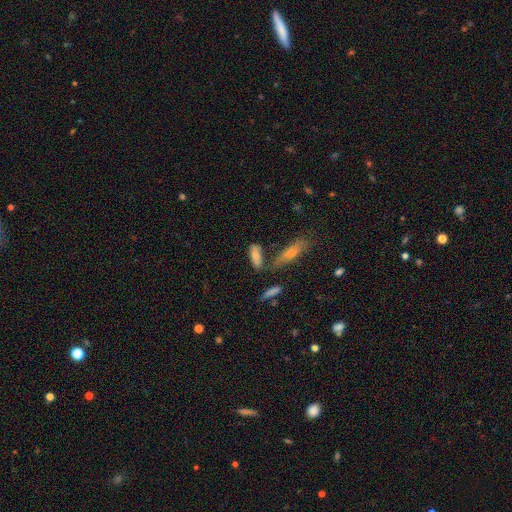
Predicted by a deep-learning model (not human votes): The model was most divided on "how rounded": in between: 61%, cigar-shaped: 36%, round: 3%. More confident: smooth or featured — smooth (74%); merging — none (56%).